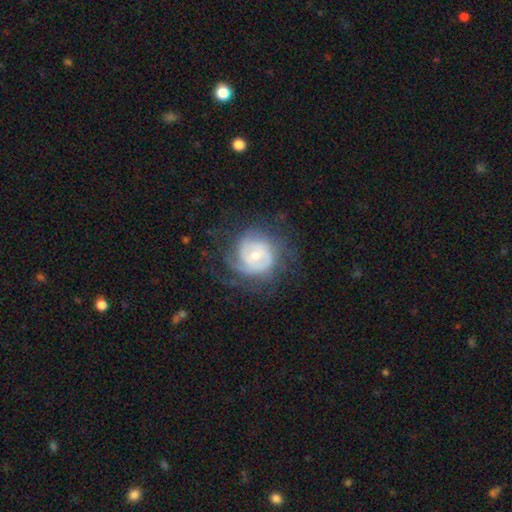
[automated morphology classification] smooth_or_featured: featured or disk (p=0.79) [alt: smooth p=0.15]
disk_edge_on: no (p=0.98) [alt: yes p=0.02]
bar: no (p=0.58) [alt: weak p=0.34]
has_spiral_arms: yes (p=0.90) [alt: no p=0.10]
spiral_winding: tight (p=0.60) [alt: medium p=0.29]
spiral_arm_count: can't tell (p=0.37) [alt: 2 p=0.29]
bulge_size: moderate (p=0.50) [alt: small p=0.45]
merging: none (p=0.64) [alt: minor disturbance p=0.19]